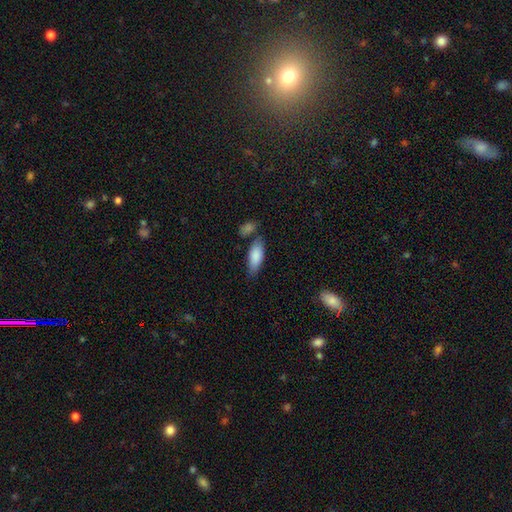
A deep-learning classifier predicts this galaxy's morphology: This is clearly a smooth galaxy (85%). How rounded: likely in between (77%). Merging: likely none (66%).